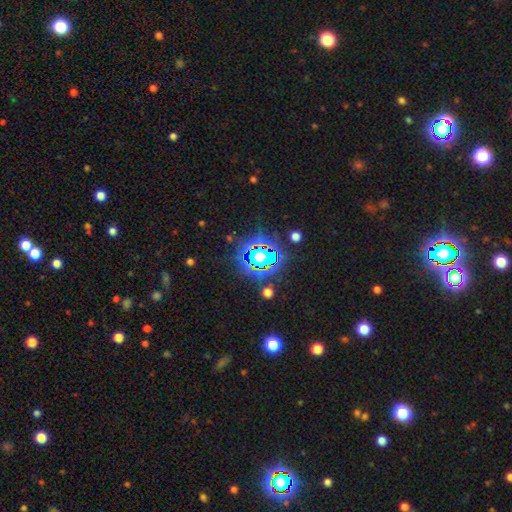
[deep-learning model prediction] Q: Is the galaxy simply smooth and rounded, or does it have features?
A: star or artifact — 67%.